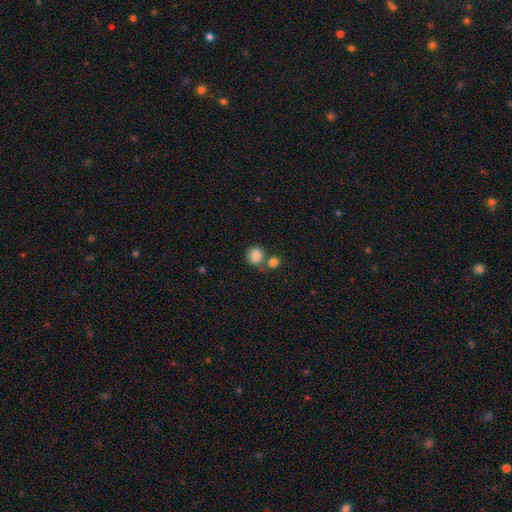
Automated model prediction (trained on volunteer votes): smooth_or_featured: smooth (p=0.84) [alt: star or artifact p=0.09]
how_rounded: round (p=0.81) [alt: in between p=0.18]
merging: none (p=0.55) [alt: merger p=0.28]